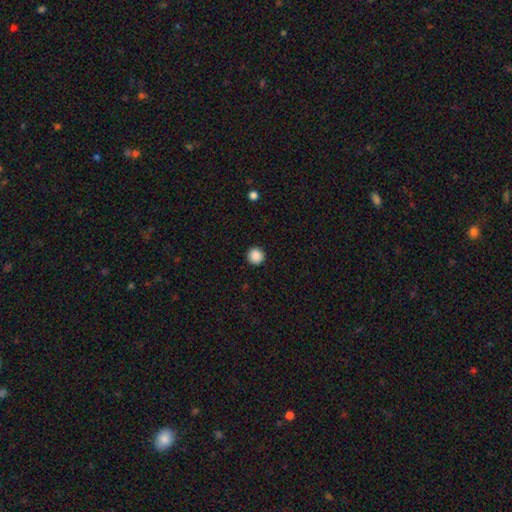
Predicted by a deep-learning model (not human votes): Overall: smooth (88%). How rounded: round (95%). Merging: none (92%).